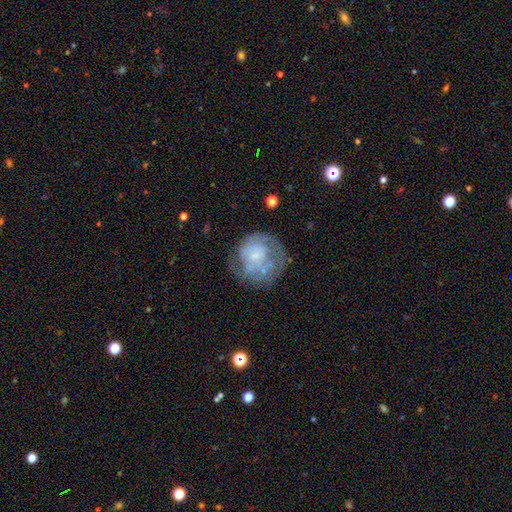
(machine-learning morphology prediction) featured or disk 54%, smooth 37%, star or artifact 9%. Down the decision tree: edge-on disk — no (98%); bar — no (85%); spiral arms — no (62%); bulge size — small (48%); merging — none (52%).